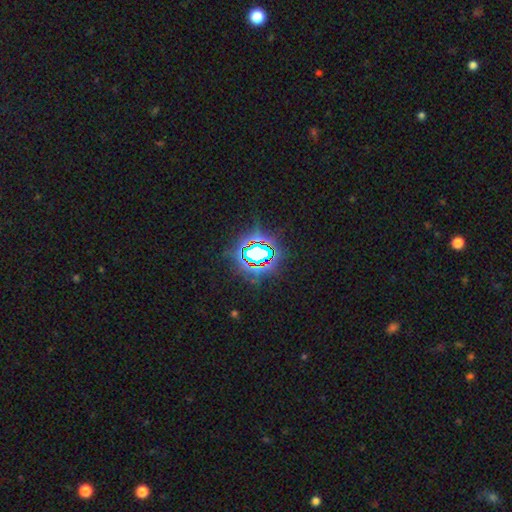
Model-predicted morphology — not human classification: type=star or artifact (74%).